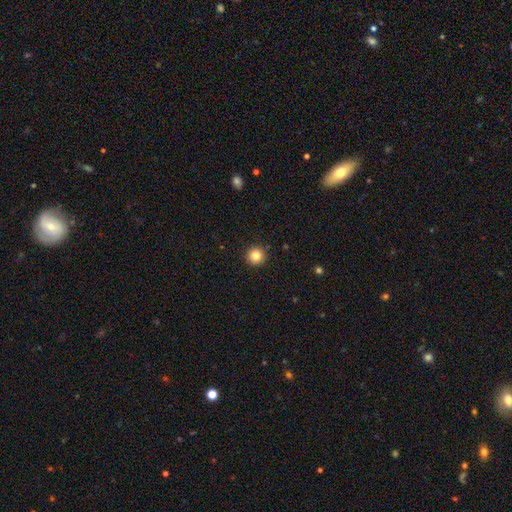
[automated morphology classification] The model was most divided on "smooth or featured": smooth: 84%, star or artifact: 11%, featured or disk: 5%. More confident: how rounded — round (96%); merging — none (93%).